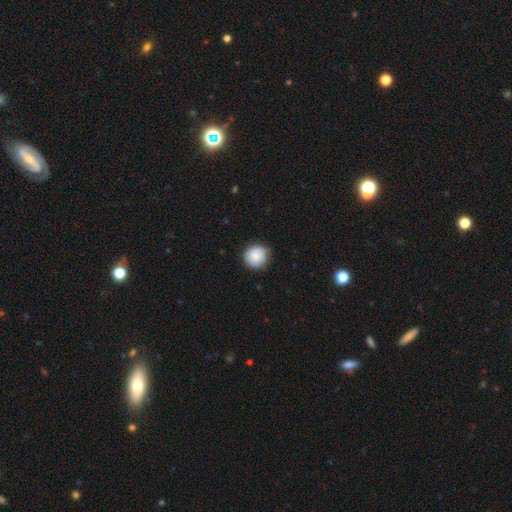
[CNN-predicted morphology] A smooth galaxy with no disk features (83%) that is round (93%).

Vote fractions:
- Smooth or featured? smooth: 83% / featured or disk: 10% / star or artifact: 7%
- How rounded? round: 93% / in between: 6% / cigar-shaped: 1%
- Merging? none: 76% / minor disturbance: 20% / major disturbance: 3% / merger: 1%